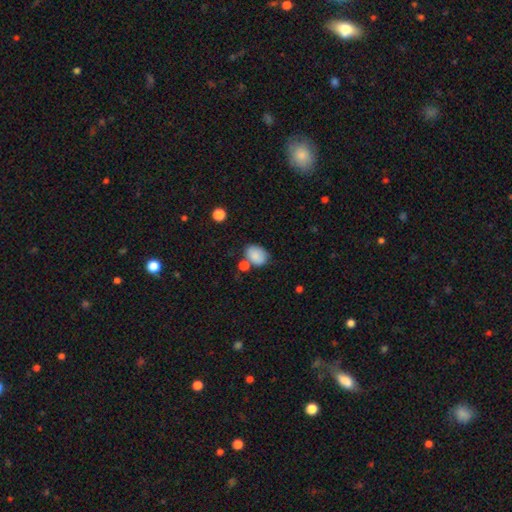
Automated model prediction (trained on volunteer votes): Smooth or featured: smooth — 85% (star or artifact — 8%)
How rounded: in between — 70% (round — 29%)
Merging: none — 59% (minor disturbance — 20%)